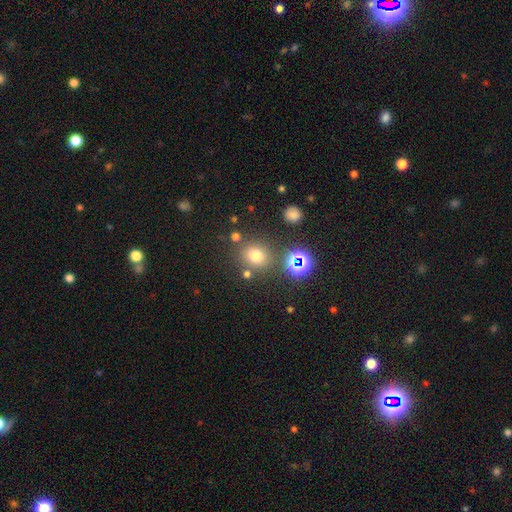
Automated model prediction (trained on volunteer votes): smooth-or-featured: smooth: 67% | star or artifact: 24% | featured or disk: 9%
  how-rounded: round: 79% | in between: 20% | cigar-shaped: 1%
  merging: none: 77% | minor disturbance: 10% | merger: 8% | major disturbance: 4%